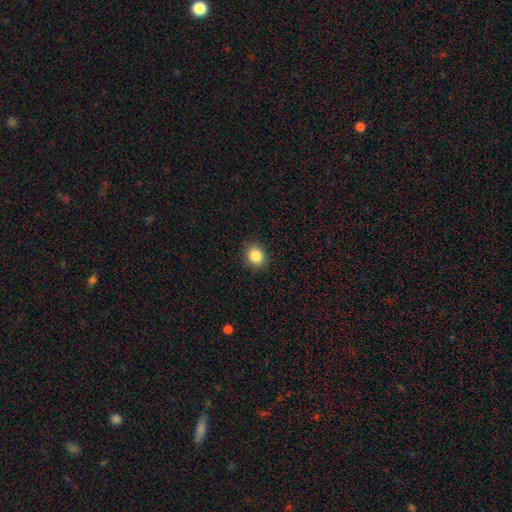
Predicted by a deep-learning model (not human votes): The model was most divided on "how rounded": round: 69%, in between: 31%, cigar-shaped: 1%. More confident: merging — none (90%); smooth or featured — smooth (86%).